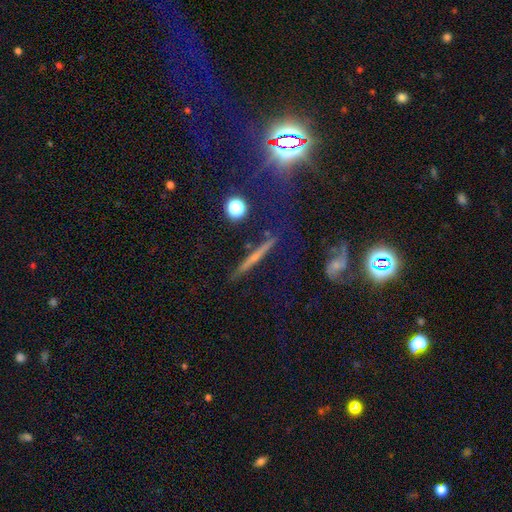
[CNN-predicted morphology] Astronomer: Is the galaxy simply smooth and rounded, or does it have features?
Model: featured or disk — 56%.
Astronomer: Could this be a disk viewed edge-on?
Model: yes — 94%.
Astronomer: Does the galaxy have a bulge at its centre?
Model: none — 60%.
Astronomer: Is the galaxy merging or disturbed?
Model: none — 83%.